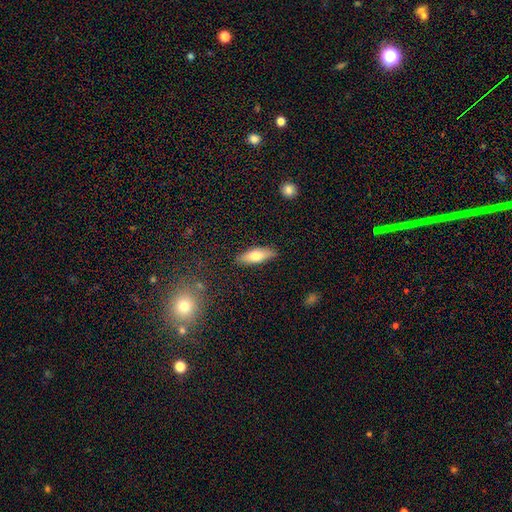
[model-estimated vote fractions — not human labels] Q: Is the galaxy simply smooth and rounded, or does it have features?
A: smooth — 68%.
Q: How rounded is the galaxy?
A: in between — 62%.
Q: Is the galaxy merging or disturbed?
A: none — 88%.